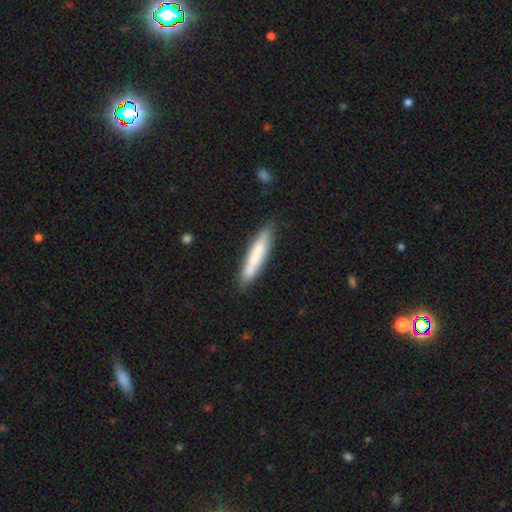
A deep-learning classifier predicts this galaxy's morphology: smooth 67%, featured or disk 27%, star or artifact 6%. Down the decision tree: how rounded — cigar-shaped (88%); merging — none (75%).